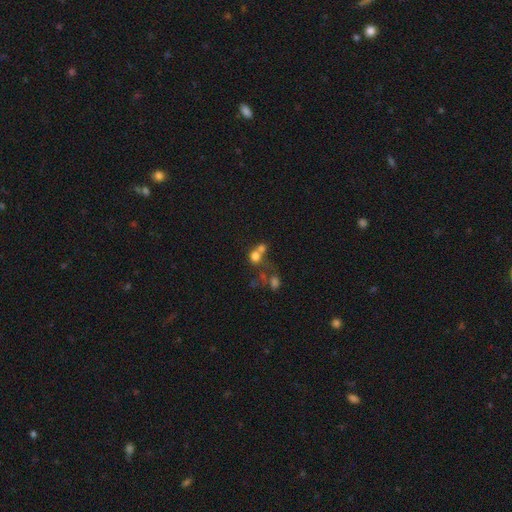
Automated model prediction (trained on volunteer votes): Smooth or featured: smooth — 67% (featured or disk — 18%)
How rounded: round — 72% (in between — 27%)
Merging: merger — 55% (none — 28%)